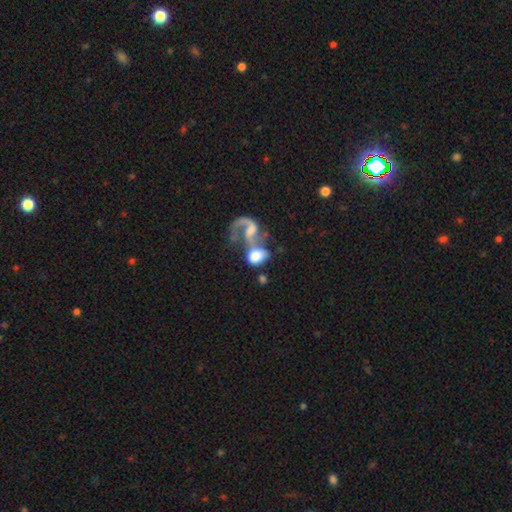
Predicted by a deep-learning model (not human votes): Smooth or featured? smooth (46%)
Merging? merger (63%)